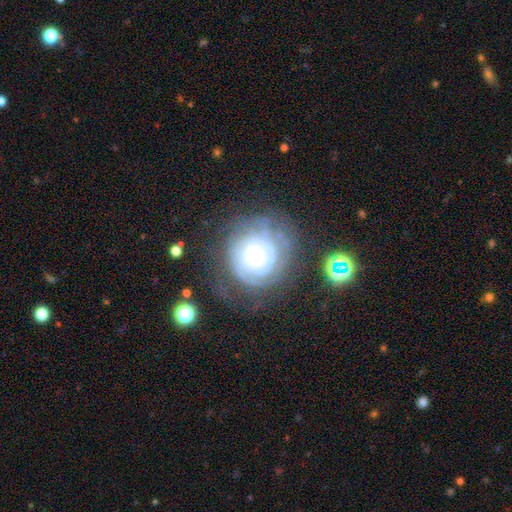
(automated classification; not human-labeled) This appears to be a featured or disk galaxy (77%) with no bar (77%), tight (81%) spiral arms (86%) and a moderate central bulge (54%). Merging: none (64%).